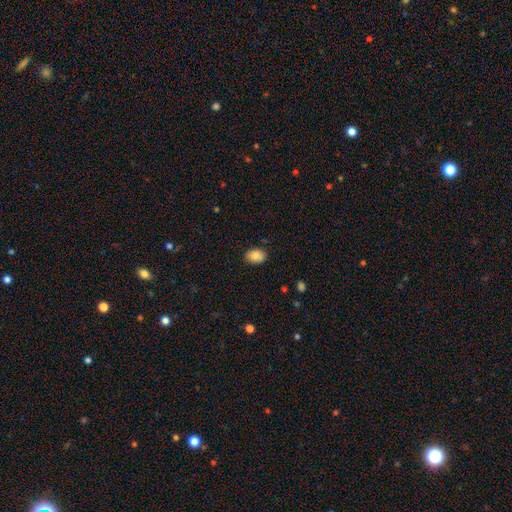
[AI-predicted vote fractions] Smooth or featured? Predicted: smooth (p=0.87). How rounded? Predicted: in between (p=0.80). Merging? Predicted: none (p=0.88).